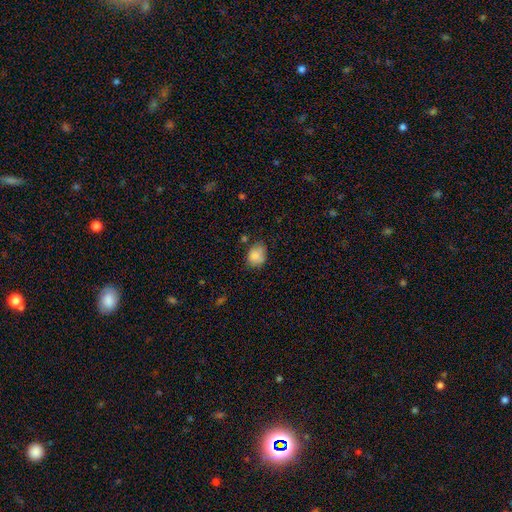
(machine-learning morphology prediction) Smooth or featured? Predicted: smooth (p=0.84). How rounded? Predicted: in between (p=0.50). Merging? Predicted: none (p=0.63).